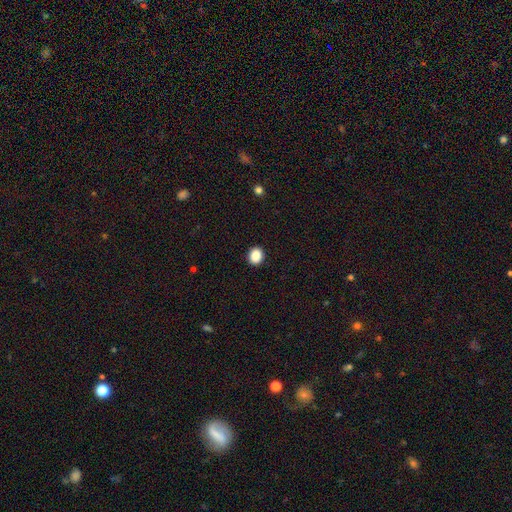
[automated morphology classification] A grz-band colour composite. It shows a smooth galaxy with no disk features (89%) that is round (64%). Merging: none (92%).